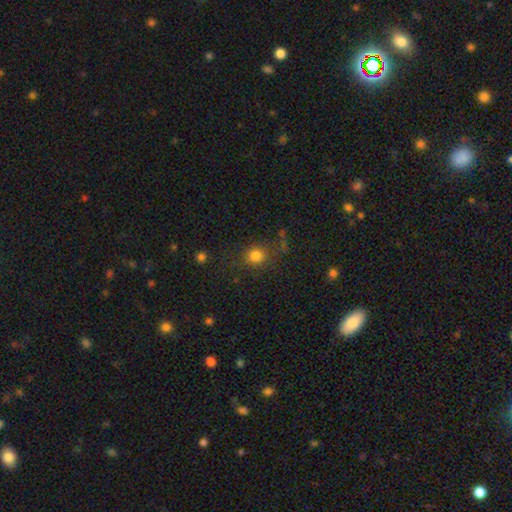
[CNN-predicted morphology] The model was most divided on "merging": none: 73%, minor disturbance: 14%, major disturbance: 9%, merger: 4%. More confident: smooth or featured — smooth (80%); how rounded — round (79%).